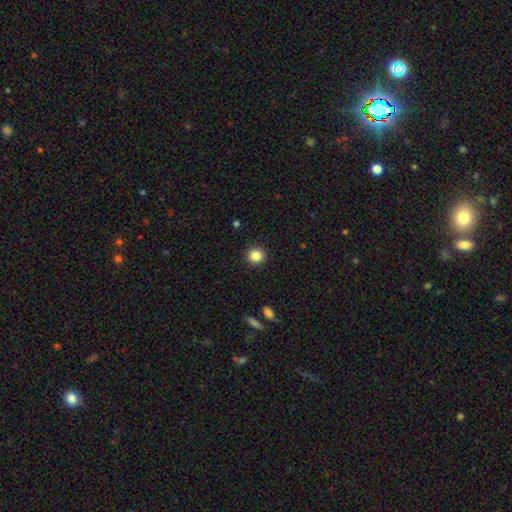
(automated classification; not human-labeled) Smooth or featured?
  - smooth: 85% *
  - star or artifact: 11%
  - featured or disk: 4%
How rounded?
  - round: 92% *
  - in between: 8%
  - cigar-shaped: 1%
Merging?
  - none: 92% *
  - minor disturbance: 5%
  - major disturbance: 2%
  - merger: 1%